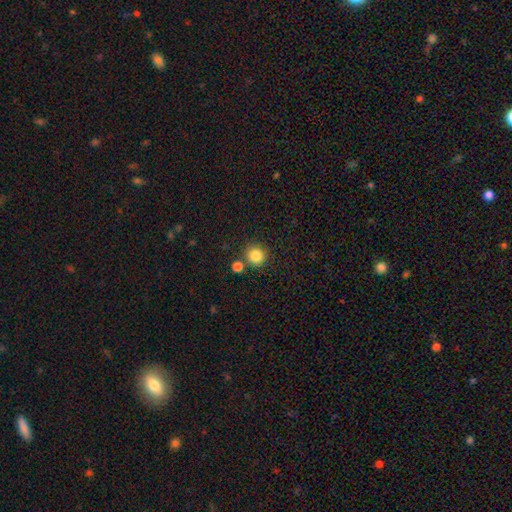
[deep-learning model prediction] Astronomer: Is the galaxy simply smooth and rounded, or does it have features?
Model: smooth — 84%.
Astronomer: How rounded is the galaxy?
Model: round — 92%.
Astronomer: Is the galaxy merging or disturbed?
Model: none — 77%.